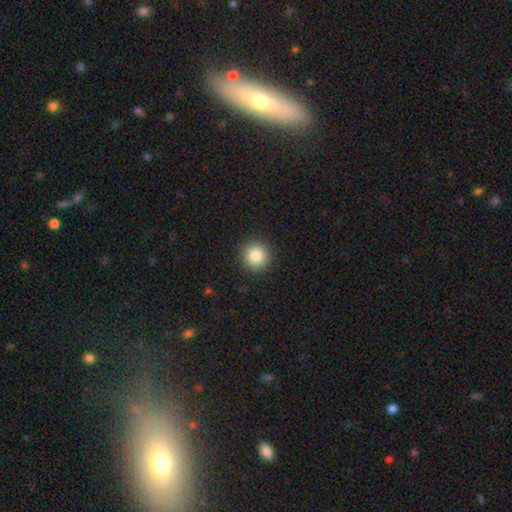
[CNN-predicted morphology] Smooth or featured? Predicted: smooth (p=0.85). How rounded? Predicted: round (p=0.94). Merging? Predicted: none (p=0.91).